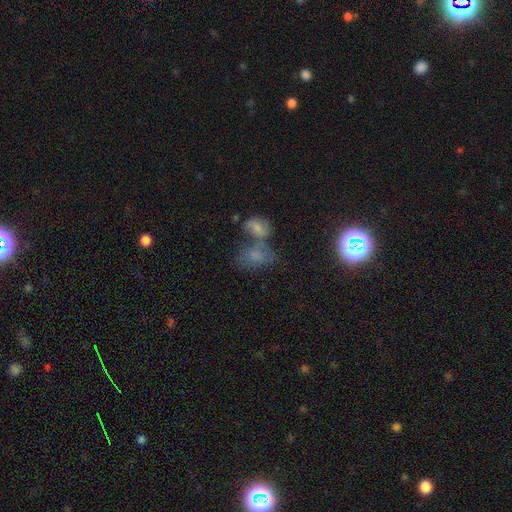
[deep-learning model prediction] A smooth galaxy with no disk features (64%) that is in between round and cigar-shaped (82%).

Vote fractions:
- Smooth or featured? smooth: 64% / star or artifact: 19% / featured or disk: 16%
- How rounded? in between: 82% / round: 16% / cigar-shaped: 3%
- Merging? merger: 50% / none: 30% / minor disturbance: 13% / major disturbance: 8%